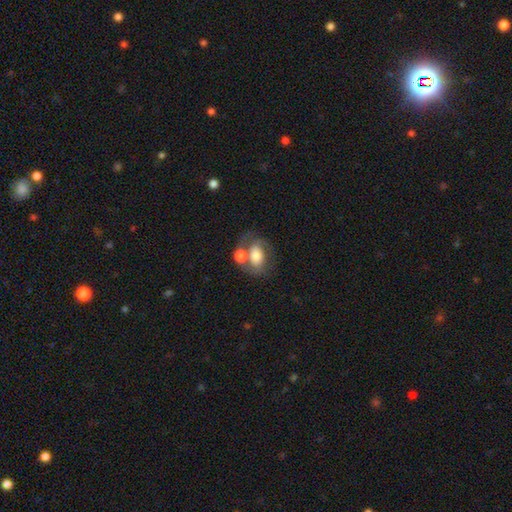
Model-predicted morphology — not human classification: Smooth or featured?
  - smooth: 51% *
  - featured or disk: 41%
  - star or artifact: 8%
How rounded?
  - in between: 66% *
  - round: 32%
  - cigar-shaped: 1%
Merging?
  - merger: 42% *
  - none: 33%
  - minor disturbance: 14%
  - major disturbance: 10%